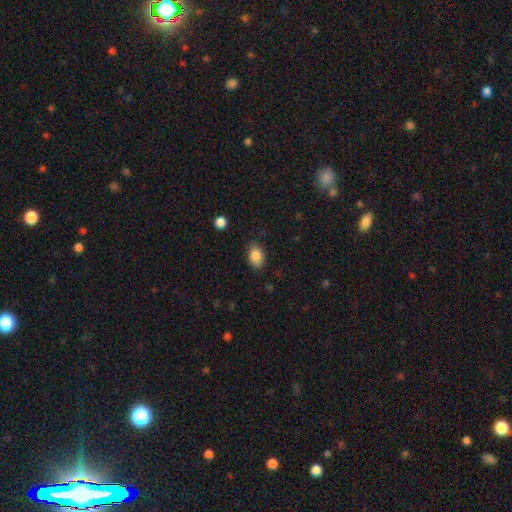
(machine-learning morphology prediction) Overall: smooth (86%). How rounded: in between (82%). Merging: none (83%).